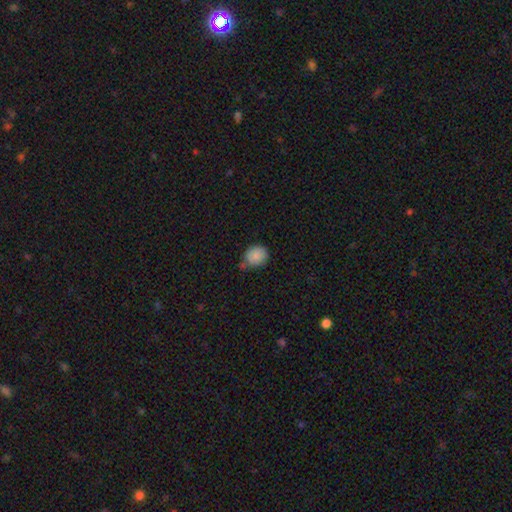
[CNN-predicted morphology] A smooth galaxy with no disk features (88%) that is round (73%).

Vote fractions:
- Smooth or featured? smooth: 88% / star or artifact: 8% / featured or disk: 4%
- How rounded? round: 73% / in between: 26% / cigar-shaped: 1%
- Merging? none: 60% / minor disturbance: 27% / merger: 8% / major disturbance: 5%